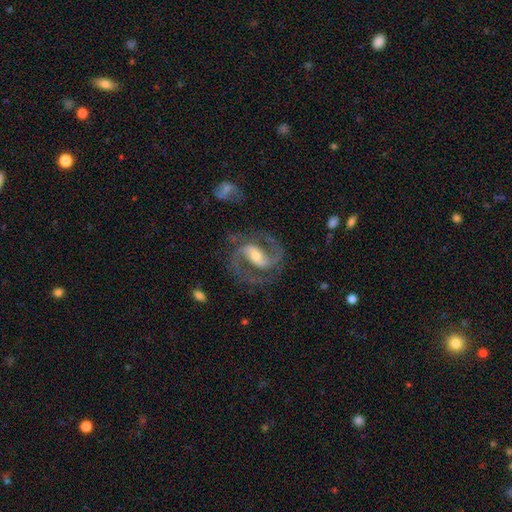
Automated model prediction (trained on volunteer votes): Q: Smooth or featured?
A: featured or disk (92%); runner-up: star or artifact (4%)
Q: Edge-on disk?
A: no (98%); runner-up: yes (2%)
Q: Bar?
A: strong (47%); runner-up: weak (38%)
Q: Spiral arms?
A: yes (98%); runner-up: no (2%)
Q: Spiral winding?
A: medium (67%); runner-up: tight (20%)
Q: Spiral arm count?
A: 2 (93%); runner-up: can't tell (2%)
Q: Bulge size?
A: moderate (51%); runner-up: small (41%)
Q: Merging?
A: none (79%); runner-up: minor disturbance (12%)